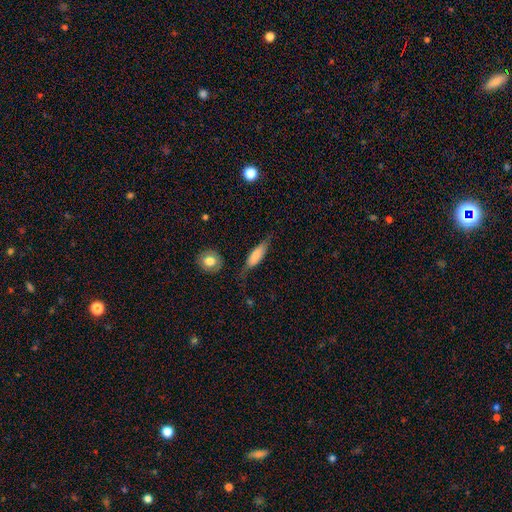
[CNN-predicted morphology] Smooth or featured?
  - smooth: 65% *
  - featured or disk: 28%
  - star or artifact: 7%
How rounded?
  - cigar-shaped: 52% *
  - in between: 44%
  - round: 3%
Merging?
  - none: 61% *
  - minor disturbance: 26%
  - major disturbance: 10%
  - merger: 4%